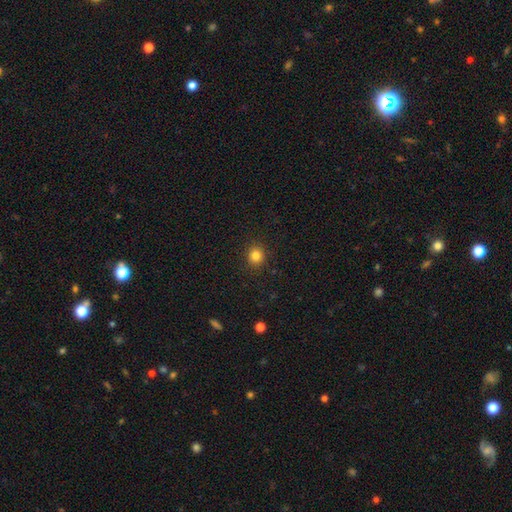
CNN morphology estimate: The model was most divided on "smooth or featured": smooth: 82%, star or artifact: 12%, featured or disk: 5%. More confident: merging — none (91%); how rounded — round (86%).